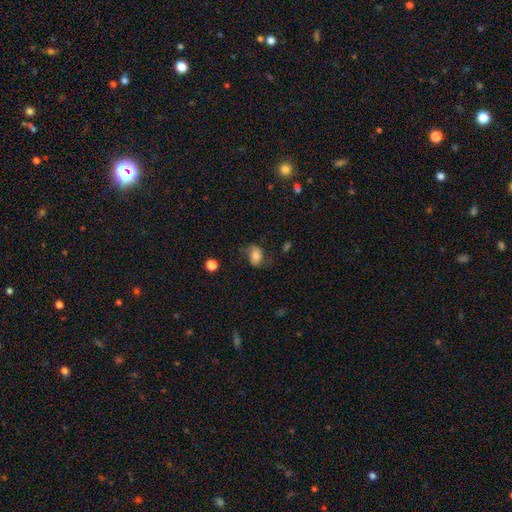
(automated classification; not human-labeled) The model was most divided on "merging": none: 58%, minor disturbance: 24%, major disturbance: 15%, merger: 2%. More confident: how rounded — in between (73%); smooth or featured — smooth (66%).